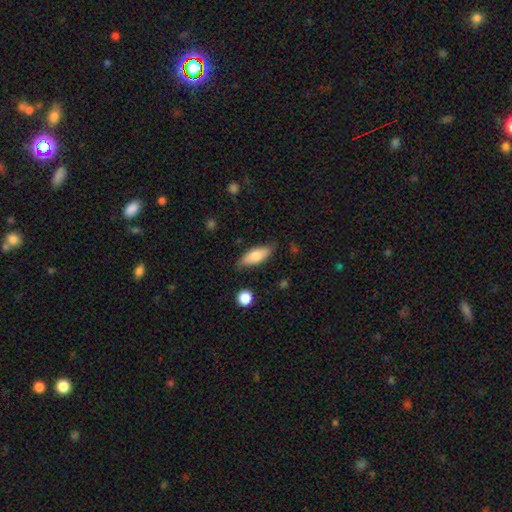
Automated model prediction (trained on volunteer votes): Smooth or featured? Predicted: smooth (p=0.77). How rounded? Predicted: in between (p=0.74). Merging? Predicted: none (p=0.78).